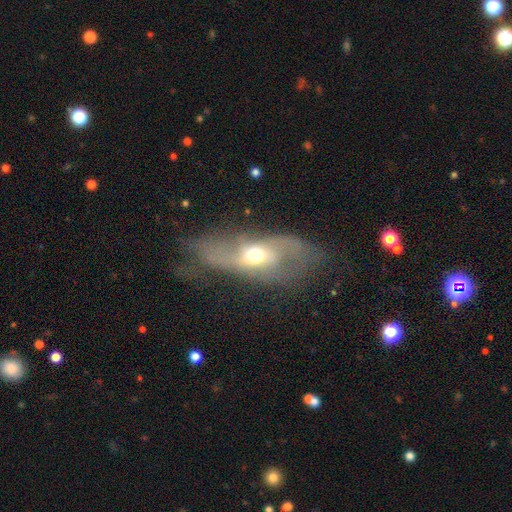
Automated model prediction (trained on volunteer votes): The model was most divided on "merging": major disturbance: 39%, none: 35%, minor disturbance: 22%, merger: 4%. More confident: edge-on disk — no (84%); bulge size — moderate (67%); smooth or featured — featured or disk (62%); bar — no (61%); spiral arms — yes (58%).